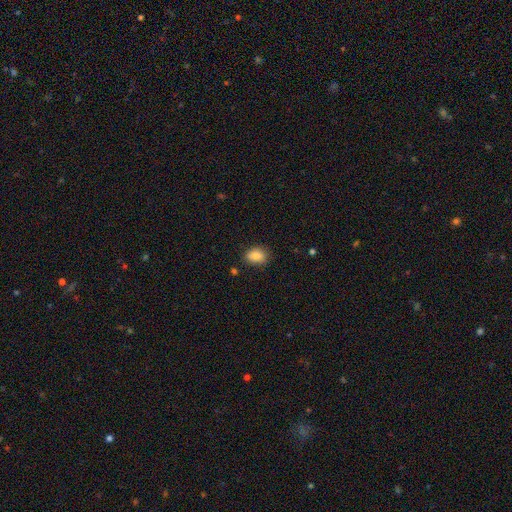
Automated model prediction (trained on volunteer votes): Smooth or featured? Predicted: smooth (p=0.85). How rounded? Predicted: in between (p=0.80). Merging? Predicted: none (p=0.80).